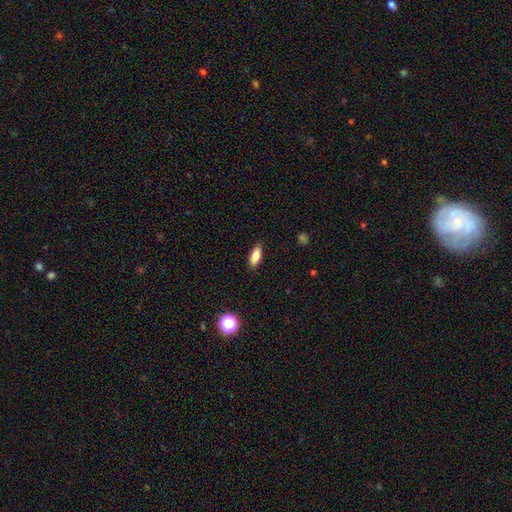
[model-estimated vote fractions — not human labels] smooth-or-featured: smooth: 83% | star or artifact: 8% | featured or disk: 8%
  how-rounded: in between: 80% | cigar-shaped: 16% | round: 3%
  merging: none: 87% | minor disturbance: 10% | major disturbance: 2% | merger: 1%